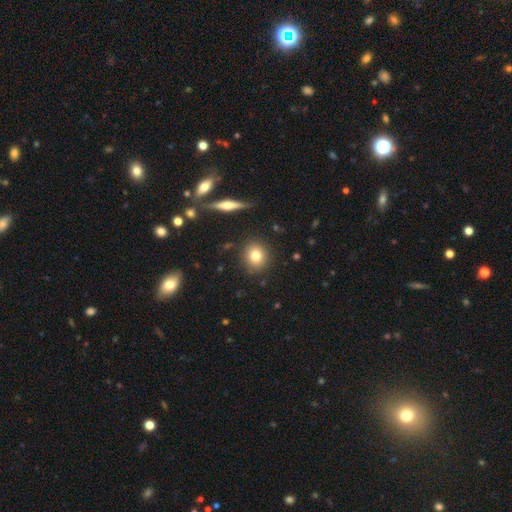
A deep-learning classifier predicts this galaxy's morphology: A smooth galaxy with no disk features (79%) that is round (83%).

Vote fractions:
- Smooth or featured? smooth: 79% / featured or disk: 11% / star or artifact: 10%
- How rounded? round: 83% / in between: 15% / cigar-shaped: 2%
- Merging? none: 88% / minor disturbance: 8% / major disturbance: 2% / merger: 2%